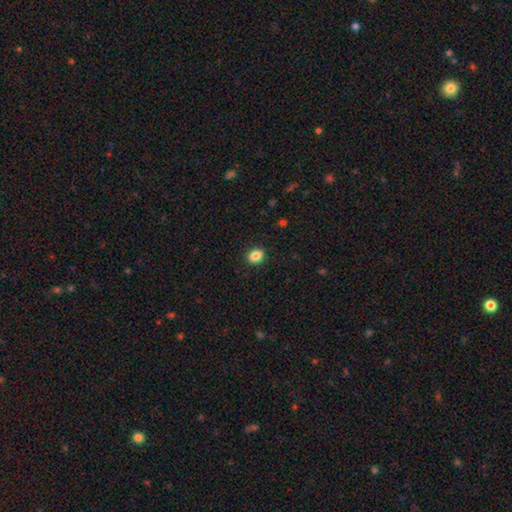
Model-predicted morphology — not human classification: A smooth galaxy with no disk features (86%) that is in between round and cigar-shaped (51%). Merging: none (90%).